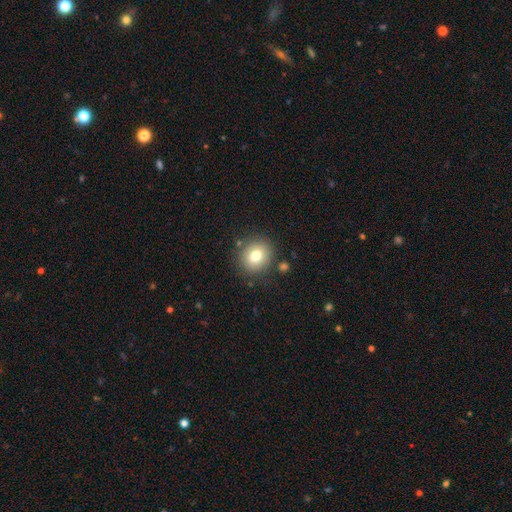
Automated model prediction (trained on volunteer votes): Smooth or featured?
  - smooth: 77% *
  - featured or disk: 12%
  - star or artifact: 11%
How rounded?
  - round: 80% *
  - in between: 19%
  - cigar-shaped: 1%
Merging?
  - none: 84% *
  - minor disturbance: 9%
  - merger: 3%
  - major disturbance: 3%